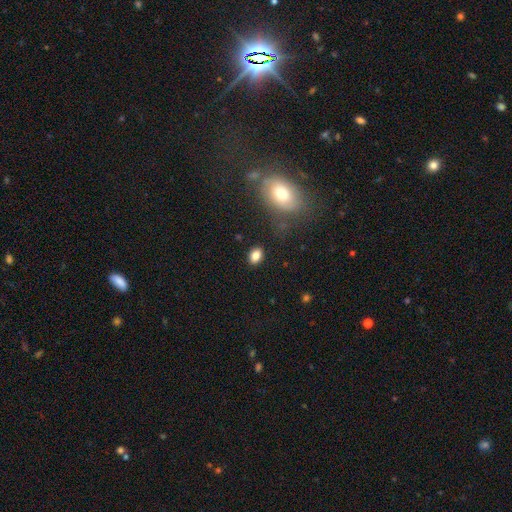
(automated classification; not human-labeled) Smooth or featured: smooth — 82% (star or artifact — 10%)
How rounded: in between — 76% (round — 22%)
Merging: none — 86% (minor disturbance — 9%)